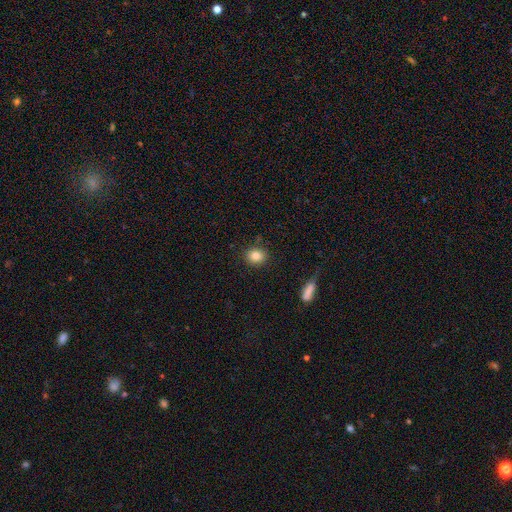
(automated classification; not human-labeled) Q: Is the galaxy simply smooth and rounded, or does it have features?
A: smooth — 83%.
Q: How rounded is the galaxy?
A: round — 71%.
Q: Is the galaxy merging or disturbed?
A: none — 86%.